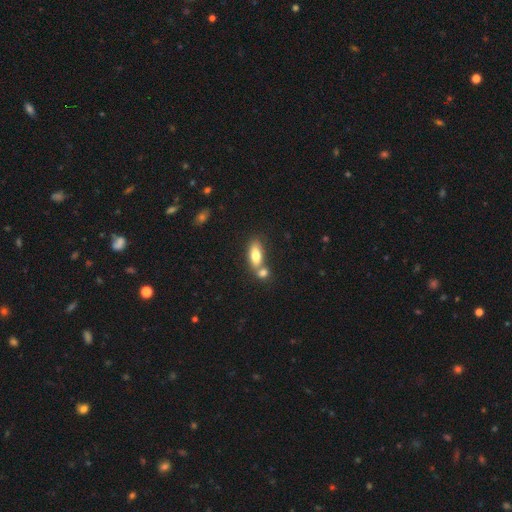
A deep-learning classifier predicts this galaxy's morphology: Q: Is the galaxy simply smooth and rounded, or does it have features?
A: smooth — 77%.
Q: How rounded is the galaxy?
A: in between — 80%.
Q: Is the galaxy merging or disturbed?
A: merger — 46%.